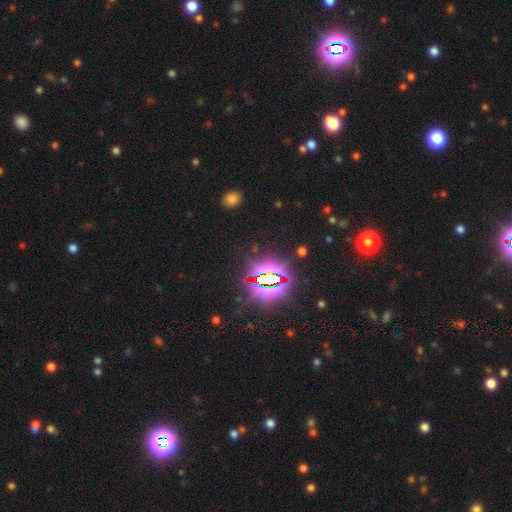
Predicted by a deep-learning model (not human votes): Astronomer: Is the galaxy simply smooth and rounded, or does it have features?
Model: star or artifact — 85%.